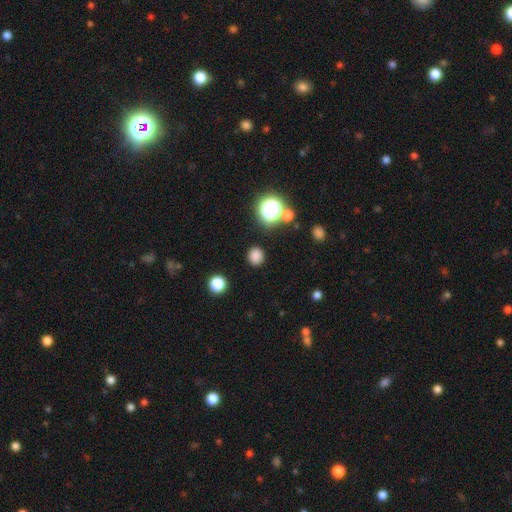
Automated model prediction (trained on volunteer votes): This appears to be a smooth galaxy with no disk features (80%) that is round (84%). Merging: none (88%).